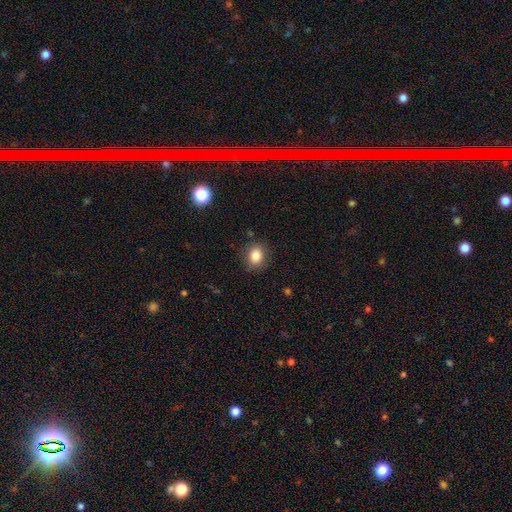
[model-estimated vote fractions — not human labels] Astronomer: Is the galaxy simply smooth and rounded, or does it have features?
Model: smooth — 84%.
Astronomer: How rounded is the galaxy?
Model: round — 62% (runner-up: in between, 37%).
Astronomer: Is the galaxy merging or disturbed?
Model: none — 84%.